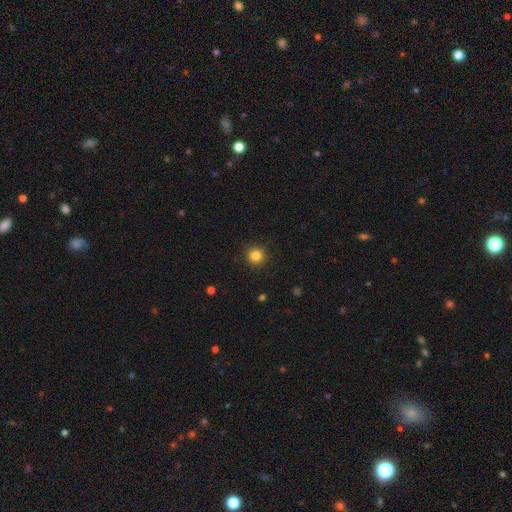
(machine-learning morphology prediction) A smooth galaxy with no disk features (84%) that is round (95%).

Vote fractions:
- Smooth or featured? smooth: 84% / star or artifact: 12% / featured or disk: 4%
- How rounded? round: 95% / in between: 4% / cigar-shaped: 1%
- Merging? none: 91% / minor disturbance: 6% / major disturbance: 2% / merger: 1%